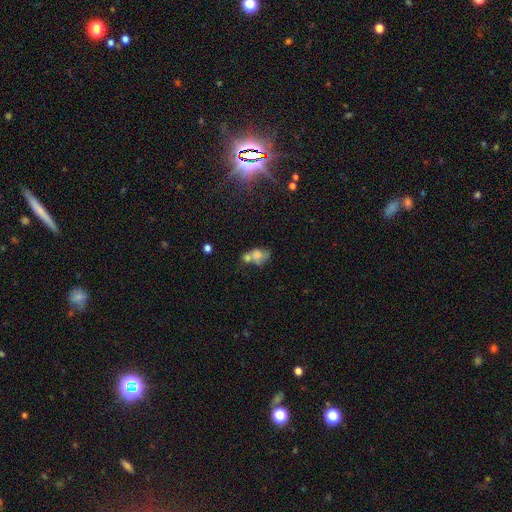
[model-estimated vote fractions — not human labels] Smooth or featured?
  - smooth: 61% *
  - featured or disk: 27%
  - star or artifact: 12%
How rounded?
  - in between: 69% *
  - round: 29%
  - cigar-shaped: 2%
Merging?
  - merger: 54% *
  - none: 22%
  - minor disturbance: 13%
  - major disturbance: 11%